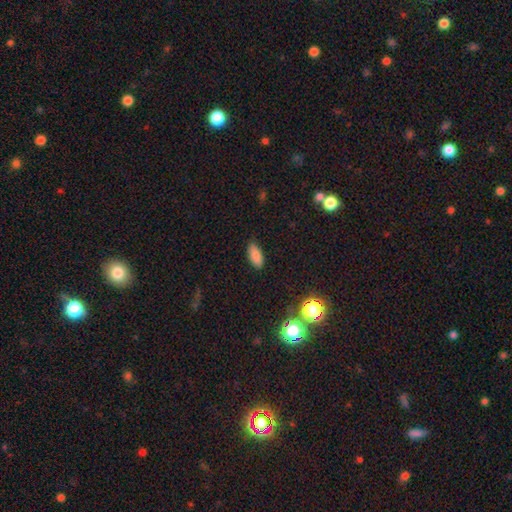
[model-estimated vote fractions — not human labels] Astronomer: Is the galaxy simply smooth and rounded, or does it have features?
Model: smooth — 84%.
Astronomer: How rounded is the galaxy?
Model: in between — 88%.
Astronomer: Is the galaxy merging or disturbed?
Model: none — 84%.